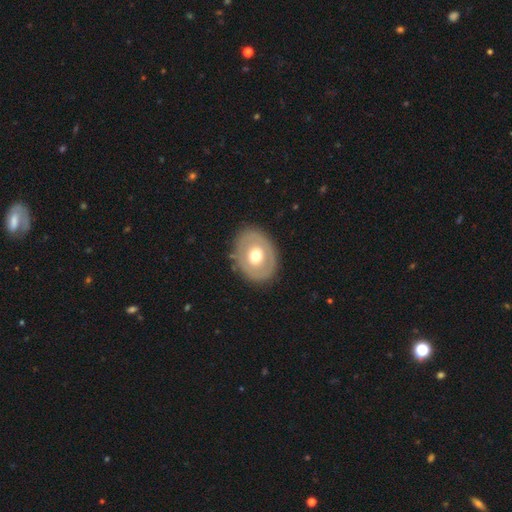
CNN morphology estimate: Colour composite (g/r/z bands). It shows a smooth galaxy with no disk features (48%). Merging: none (84%).